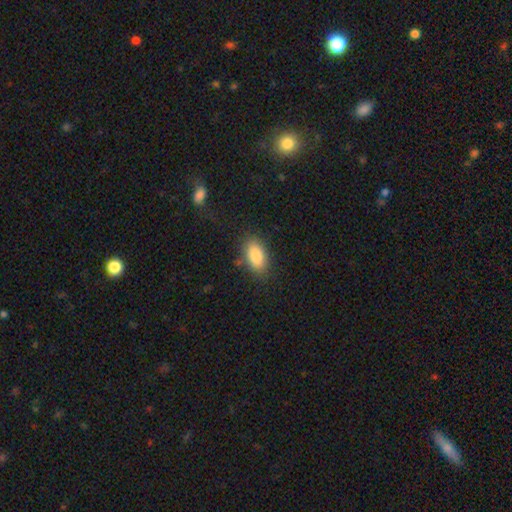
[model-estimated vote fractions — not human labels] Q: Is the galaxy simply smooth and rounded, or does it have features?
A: smooth — 86%.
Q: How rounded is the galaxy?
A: in between — 91%.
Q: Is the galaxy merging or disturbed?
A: none — 81%.